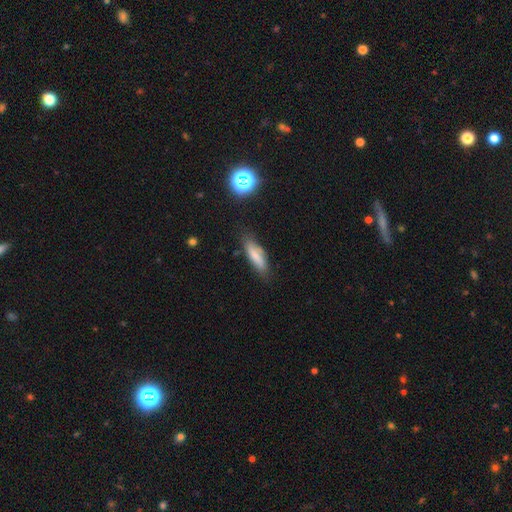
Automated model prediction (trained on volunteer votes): Smooth or featured? smooth (72%)
How rounded? cigar-shaped (53%)
Merging? none (71%)